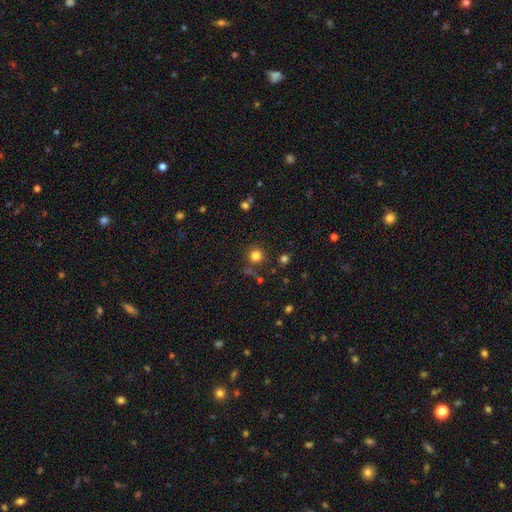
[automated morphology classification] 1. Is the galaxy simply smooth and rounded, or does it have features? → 80% smooth, 15% star or artifact, 5% featured or disk.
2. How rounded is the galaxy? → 93% round, 6% in between, 1% cigar-shaped.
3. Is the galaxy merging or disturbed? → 81% none, 9% minor disturbance, 7% merger, 4% major disturbance.